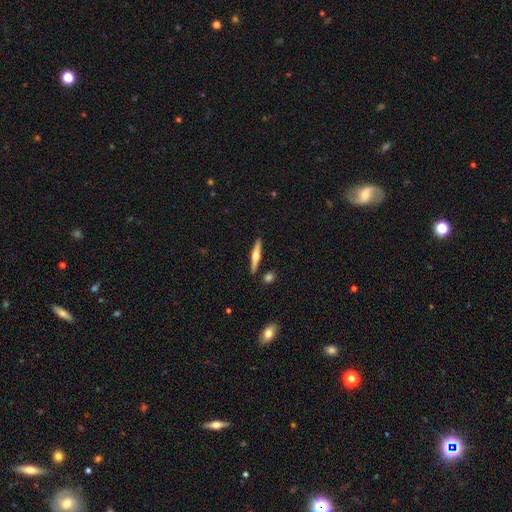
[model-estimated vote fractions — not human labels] A featured or disk galaxy (66%) viewed edge-on (98%) with a rounded central bulge (93%).

Vote fractions:
- Smooth or featured? featured or disk: 66% / smooth: 29% / star or artifact: 5%
- Edge-on disk? yes: 98% / no: 2%
- Edge-on bulge? rounded: 93% / boxy: 4% / none: 3%
- Merging? none: 89% / minor disturbance: 7% / merger: 3% / major disturbance: 2%